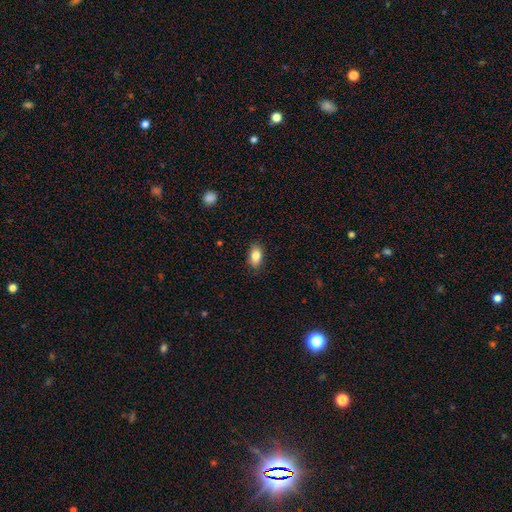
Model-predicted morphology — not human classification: Smooth or featured?
  - smooth: 84% *
  - featured or disk: 8%
  - star or artifact: 8%
How rounded?
  - in between: 89% *
  - round: 8%
  - cigar-shaped: 2%
Merging?
  - none: 87% *
  - minor disturbance: 10%
  - major disturbance: 2%
  - merger: 1%